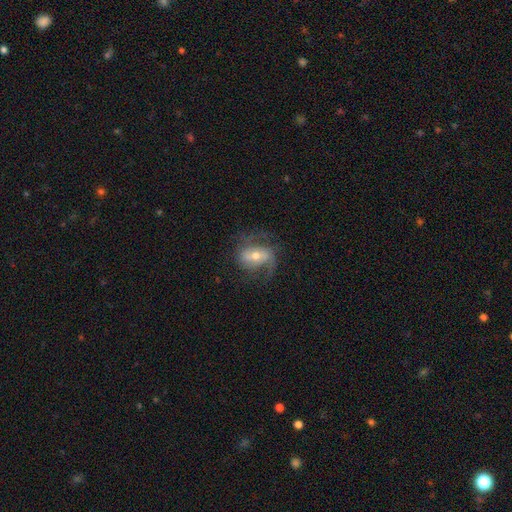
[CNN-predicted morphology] A featured or disk galaxy (77%) with a weak bar (41%), 2 (71%) medium (44%) spiral arms (90%) and a moderate central bulge (59%). Merging: none (61%).